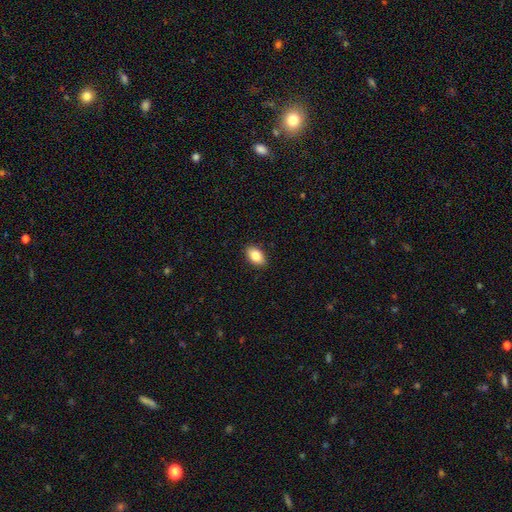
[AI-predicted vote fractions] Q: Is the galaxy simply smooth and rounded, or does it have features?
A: smooth — 85%.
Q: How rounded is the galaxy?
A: in between — 91%.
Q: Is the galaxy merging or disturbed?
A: none — 89%.